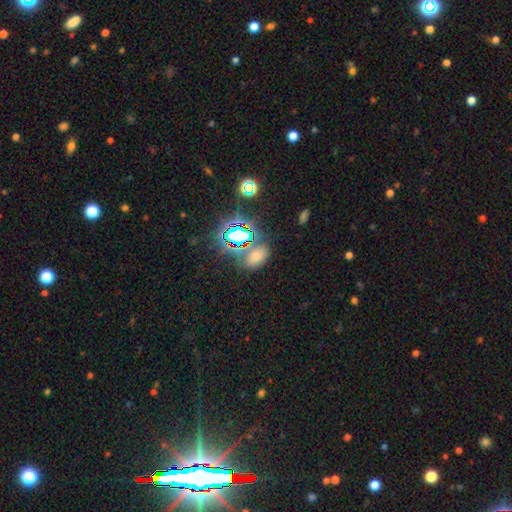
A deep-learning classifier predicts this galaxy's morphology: Q: Smooth or featured?
A: star or artifact (48%); runner-up: smooth (41%)